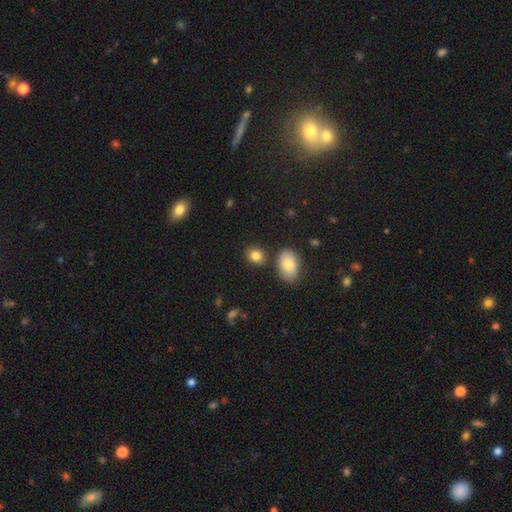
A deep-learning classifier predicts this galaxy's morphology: smooth_or_featured: smooth (p=0.84) [alt: star or artifact p=0.09]
how_rounded: round (p=0.63) [alt: in between p=0.36]
merging: none (p=0.81) [alt: minor disturbance p=0.09]